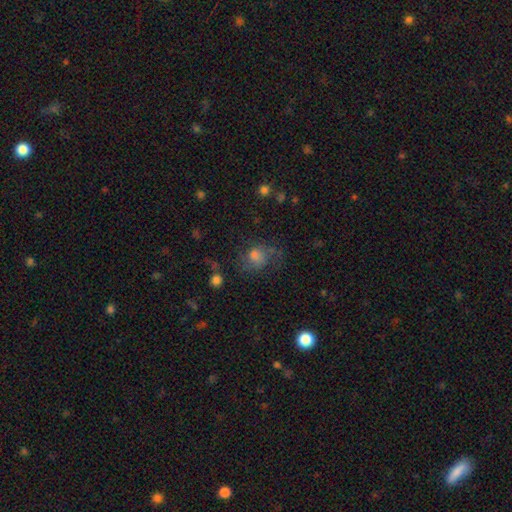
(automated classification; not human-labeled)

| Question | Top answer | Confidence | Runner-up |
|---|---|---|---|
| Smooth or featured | smooth | 58% | featured or disk (24%) |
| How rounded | round | 65% | in between (33%) |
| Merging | none | 53% | minor disturbance (23%) |